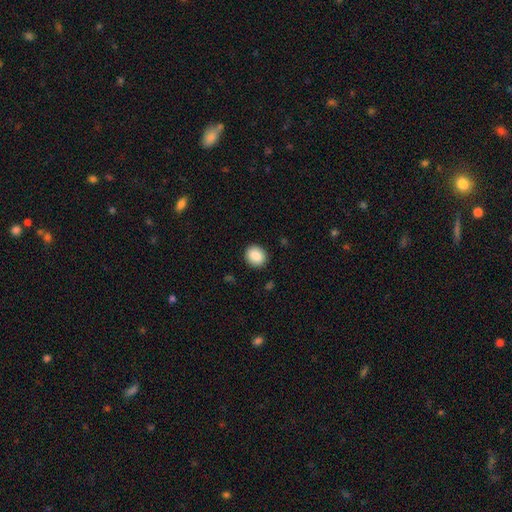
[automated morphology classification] smooth 87%, star or artifact 8%, featured or disk 5%. Down the decision tree: how rounded — round (70%); merging — none (90%).